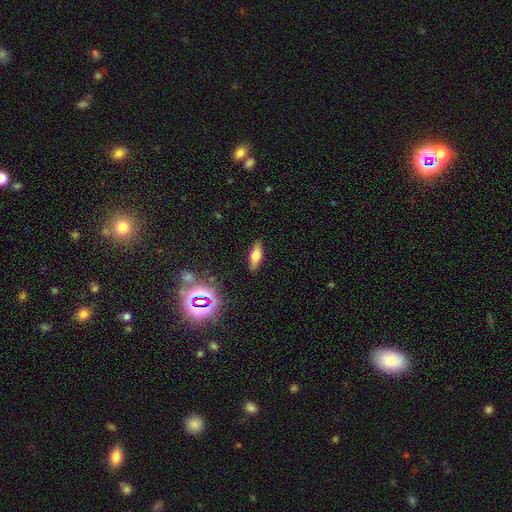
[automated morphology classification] Smooth or featured? smooth (60%)
How rounded? in between (61%)
Merging? none (88%)